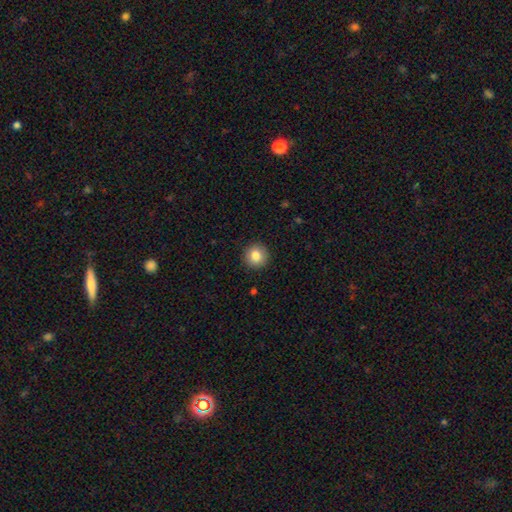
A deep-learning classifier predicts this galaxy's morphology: smooth-or-featured: smooth: 84% | star or artifact: 9% | featured or disk: 7%
  how-rounded: round: 94% | in between: 5% | cigar-shaped: 1%
  merging: none: 92% | minor disturbance: 5% | major disturbance: 2% | merger: 1%